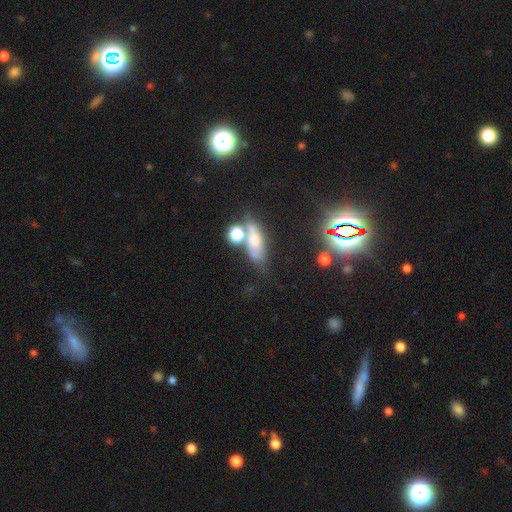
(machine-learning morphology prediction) Smooth or featured: smooth — 47% (star or artifact — 28%)
Merging: none — 54% (merger — 22%)